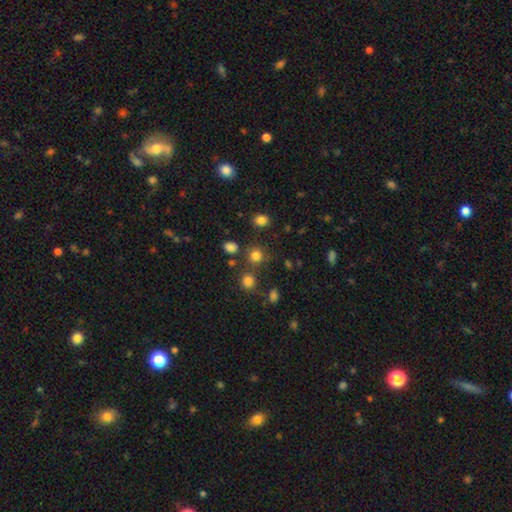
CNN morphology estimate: A smooth galaxy with no disk features (78%) that is round (88%).

Vote fractions:
- Smooth or featured? smooth: 78% / star or artifact: 16% / featured or disk: 6%
- How rounded? round: 88% / in between: 11% / cigar-shaped: 1%
- Merging? none: 76% / merger: 10% / minor disturbance: 9% / major disturbance: 4%